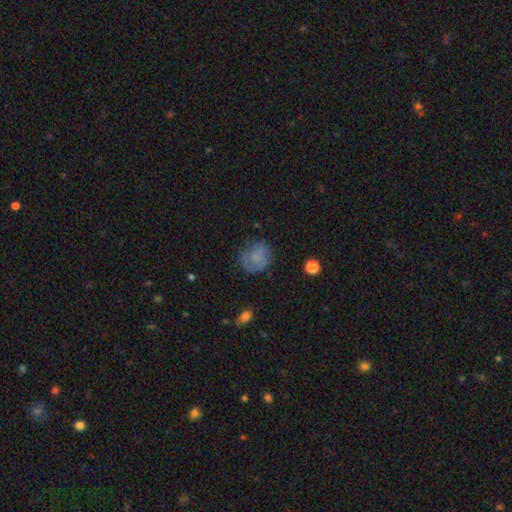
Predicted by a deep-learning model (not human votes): smooth_or_featured: smooth (p=0.62) [alt: featured or disk p=0.26]
how_rounded: round (p=0.71) [alt: in between p=0.28]
merging: none (p=0.60) [alt: minor disturbance p=0.25]